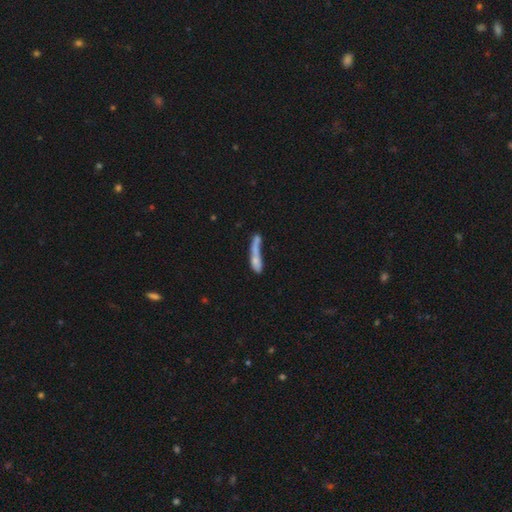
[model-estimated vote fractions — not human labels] smooth 55%, featured or disk 33%, star or artifact 12%. Down the decision tree: how rounded — cigar-shaped (77%); merging — merger (37%).